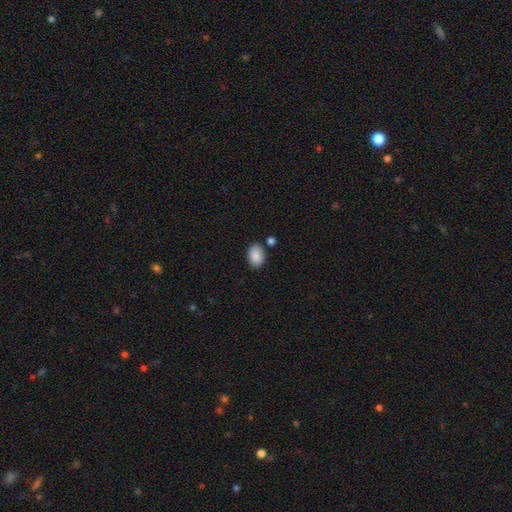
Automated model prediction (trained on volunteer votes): smooth_or_featured: smooth (p=0.89) [alt: star or artifact p=0.07]
how_rounded: in between (p=0.82) [alt: round p=0.17]
merging: none (p=0.79) [alt: minor disturbance p=0.12]